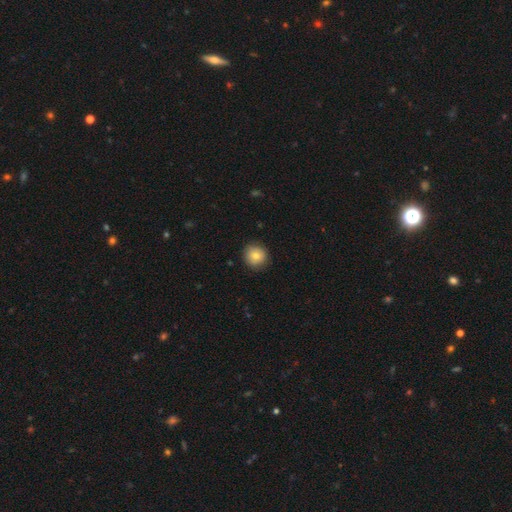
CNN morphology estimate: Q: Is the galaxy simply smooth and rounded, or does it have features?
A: smooth — 79%.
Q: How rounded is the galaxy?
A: round — 91%.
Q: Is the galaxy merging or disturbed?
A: none — 87%.